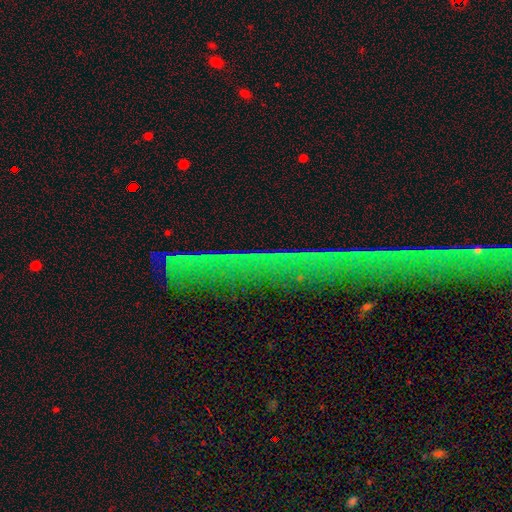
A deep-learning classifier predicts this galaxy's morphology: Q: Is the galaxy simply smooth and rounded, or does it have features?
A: star or artifact — 73%.